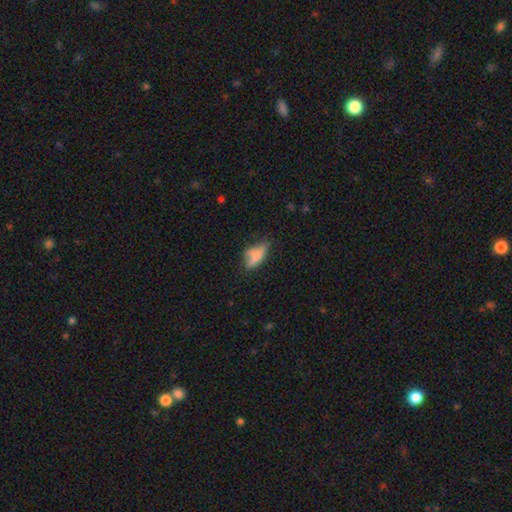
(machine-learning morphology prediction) Q: Smooth or featured?
A: smooth (69%); runner-up: featured or disk (20%)
Q: How rounded?
A: in between (72%); runner-up: cigar-shaped (24%)
Q: Merging?
A: none (43%); runner-up: minor disturbance (32%)